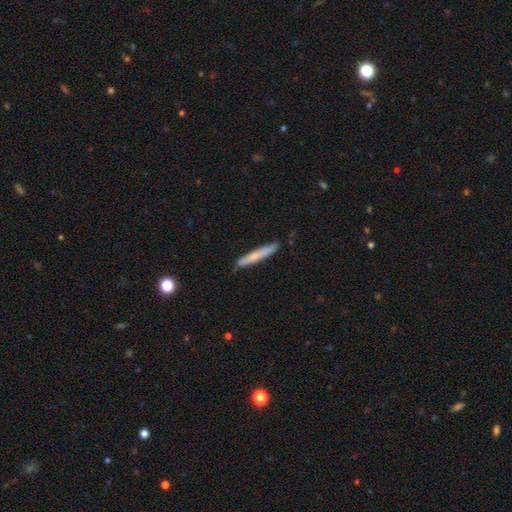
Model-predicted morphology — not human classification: The model was most divided on "smooth or featured": smooth: 63%, featured or disk: 31%, star or artifact: 6%. More confident: how rounded — cigar-shaped (95%); merging — none (84%).